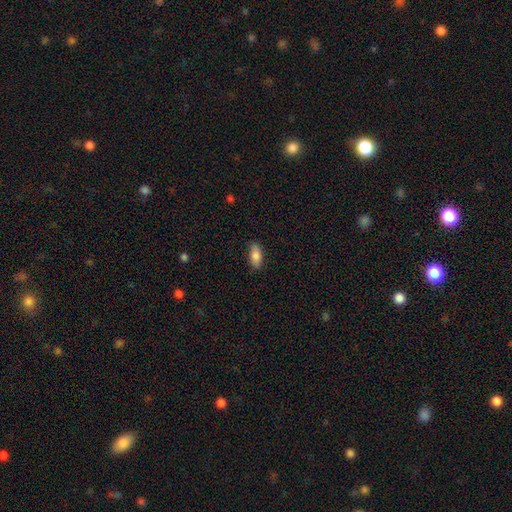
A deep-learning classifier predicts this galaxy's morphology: type=smooth (82%); roundness=in between (84%); merging=none (84%).